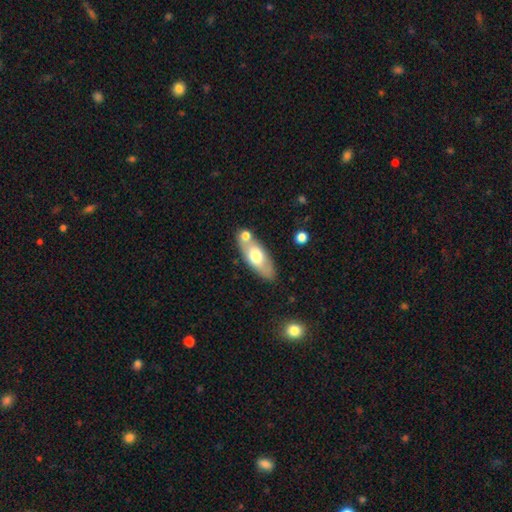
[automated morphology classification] Q: Smooth or featured?
A: smooth (58%); runner-up: featured or disk (36%)
Q: How rounded?
A: in between (70%); runner-up: cigar-shaped (27%)
Q: Merging?
A: none (67%); runner-up: merger (17%)